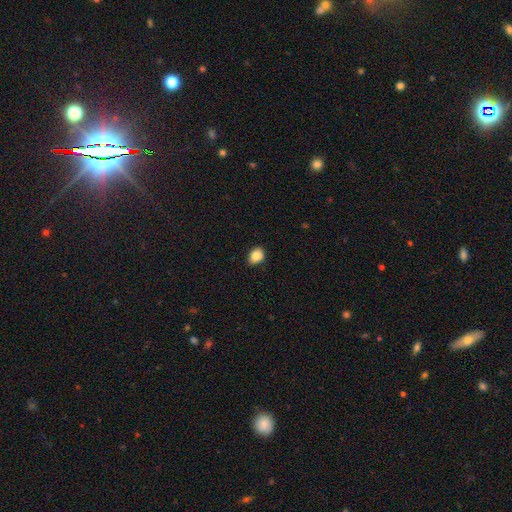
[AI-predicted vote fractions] A smooth galaxy with no disk features (86%) that is in between round and cigar-shaped (60%).

Vote fractions:
- Smooth or featured? smooth: 86% / star or artifact: 9% / featured or disk: 5%
- How rounded? in between: 60% / round: 39% / cigar-shaped: 1%
- Merging? none: 84% / minor disturbance: 13% / major disturbance: 2% / merger: 1%